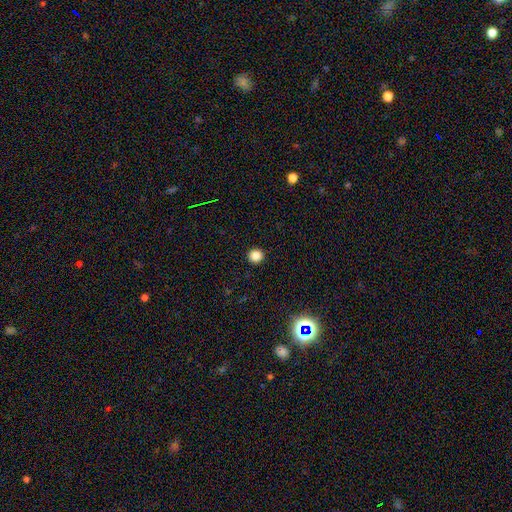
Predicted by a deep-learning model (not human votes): Overall: smooth (85%). How rounded: round (95%). Merging: none (93%).